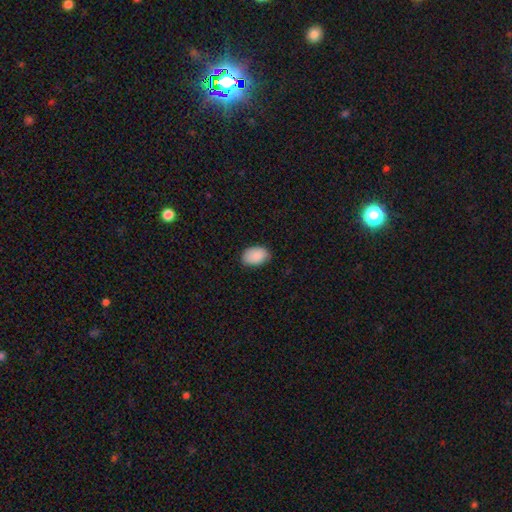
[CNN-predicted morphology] type=smooth (90%); roundness=in between (88%); merging=none (81%).